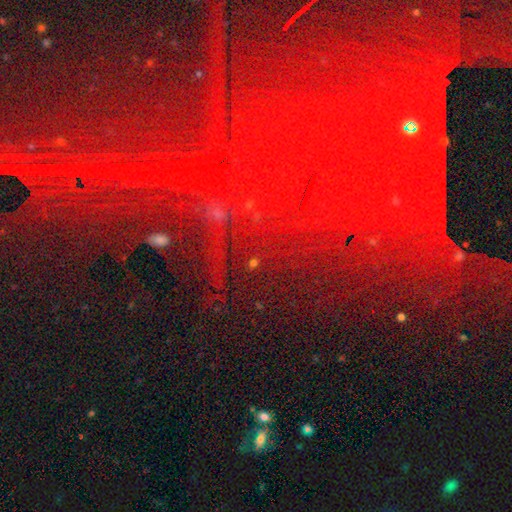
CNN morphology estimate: A star or artifact, not a galaxy (82%).

Vote fractions:
- Smooth or featured? star or artifact: 82% / featured or disk: 10% / smooth: 7%